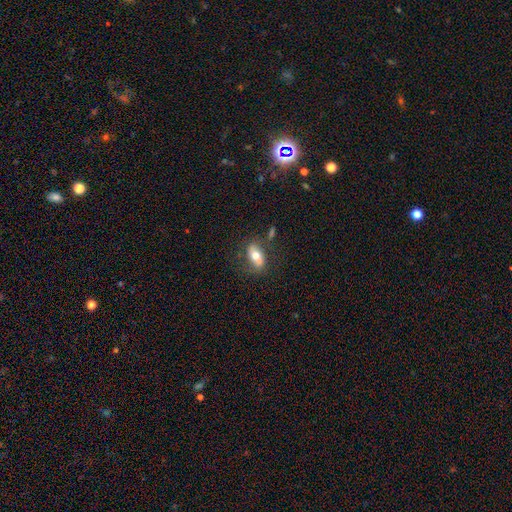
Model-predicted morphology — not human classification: smooth-or-featured: smooth: 59% | featured or disk: 33% | star or artifact: 8%
  how-rounded: in between: 81% | round: 10% | cigar-shaped: 9%
  merging: none: 59% | minor disturbance: 17% | merger: 17% | major disturbance: 7%